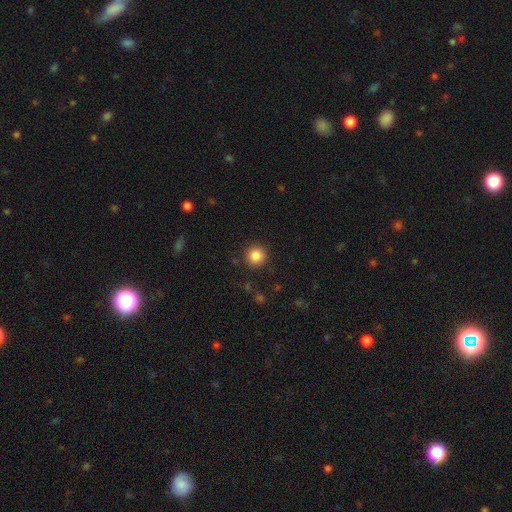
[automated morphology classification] A smooth galaxy with no disk features (86%) that is round (94%). Merging: none (90%).